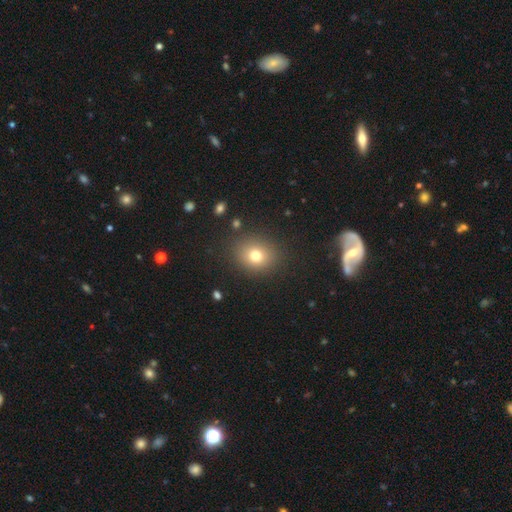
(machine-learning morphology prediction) Overall: smooth (75%). How rounded: round (69%; in between 30%). Merging: none (86%).